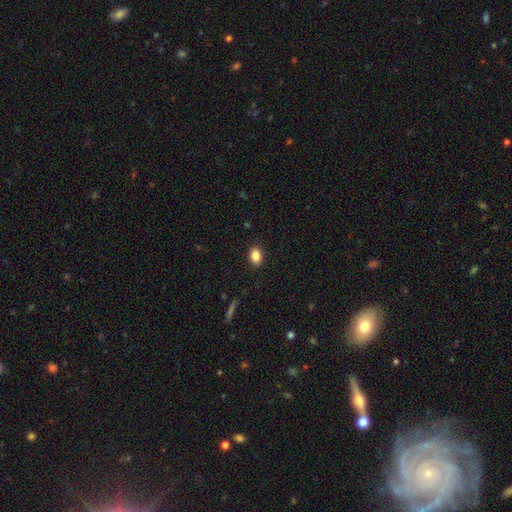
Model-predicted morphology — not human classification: The model was most divided on "how rounded": in between: 73%, round: 26%, cigar-shaped: 1%. More confident: merging — none (88%); smooth or featured — smooth (86%).